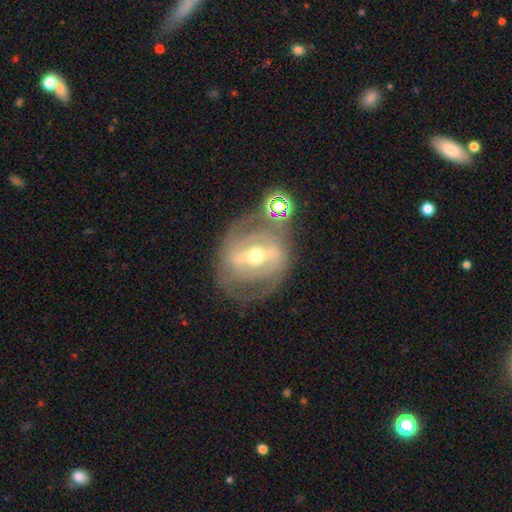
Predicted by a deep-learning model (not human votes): The model was most divided on "spiral winding": tight: 45%, medium: 39%, loose: 15%. More confident: edge-on disk — no (94%); smooth or featured — featured or disk (84%); spiral arms — yes (81%); spiral arm count — 2 (68%); bar — strong (66%); merging — none (65%); bulge size — moderate (61%).